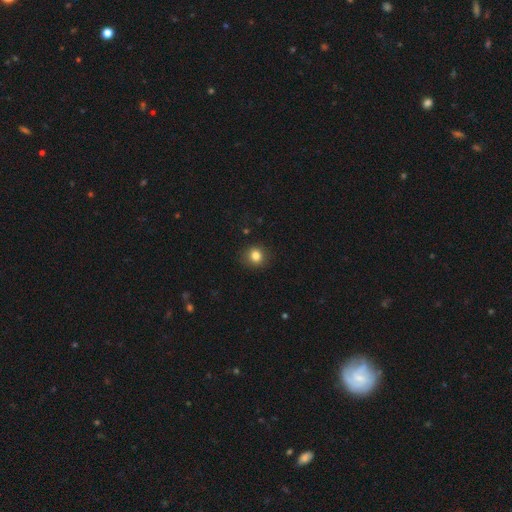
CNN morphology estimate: Smooth or featured?
  - smooth: 83% *
  - star or artifact: 11%
  - featured or disk: 6%
How rounded?
  - round: 83% *
  - in between: 16%
  - cigar-shaped: 1%
Merging?
  - none: 86% *
  - minor disturbance: 10%
  - major disturbance: 3%
  - merger: 1%